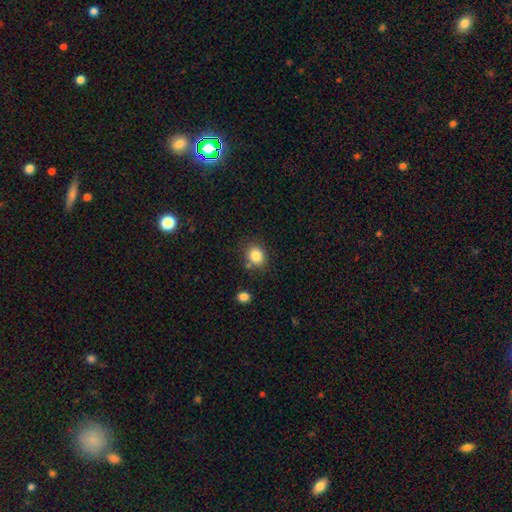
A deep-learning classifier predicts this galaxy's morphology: smooth_or_featured: smooth (p=0.84) [alt: star or artifact p=0.10]
how_rounded: round (p=0.64) [alt: in between p=0.35]
merging: none (p=0.77) [alt: minor disturbance p=0.12]